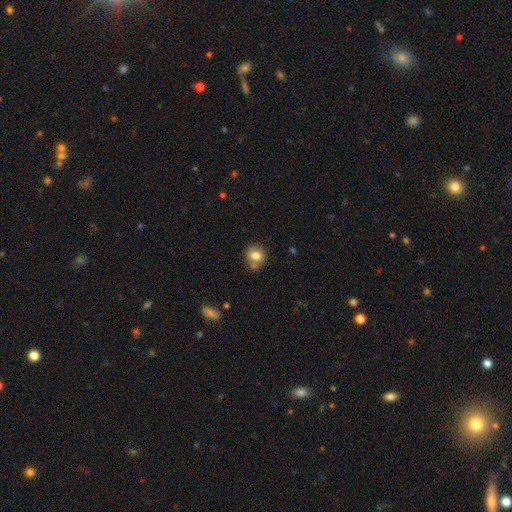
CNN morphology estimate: type=smooth (77%); roundness=round (76%); merging=none (63%).